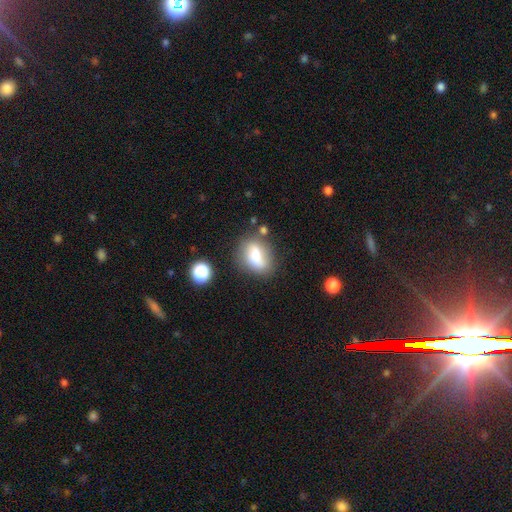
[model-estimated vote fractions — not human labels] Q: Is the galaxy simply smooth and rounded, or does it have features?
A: smooth — 69%.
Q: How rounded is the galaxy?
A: in between — 70%.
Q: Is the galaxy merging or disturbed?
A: none — 60%.